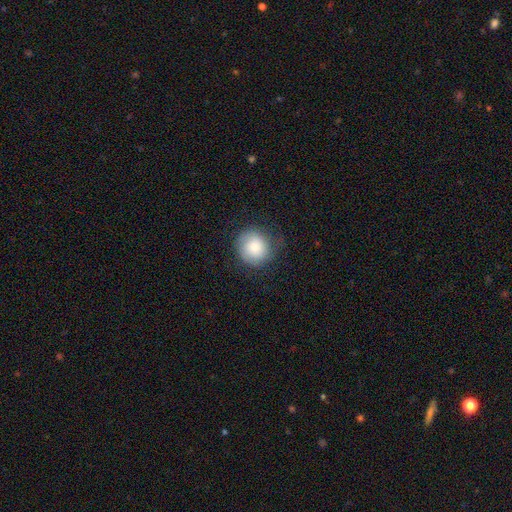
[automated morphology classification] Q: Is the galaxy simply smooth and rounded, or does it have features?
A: smooth — 66%.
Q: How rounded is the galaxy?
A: round — 90%.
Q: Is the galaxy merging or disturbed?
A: none — 81%.